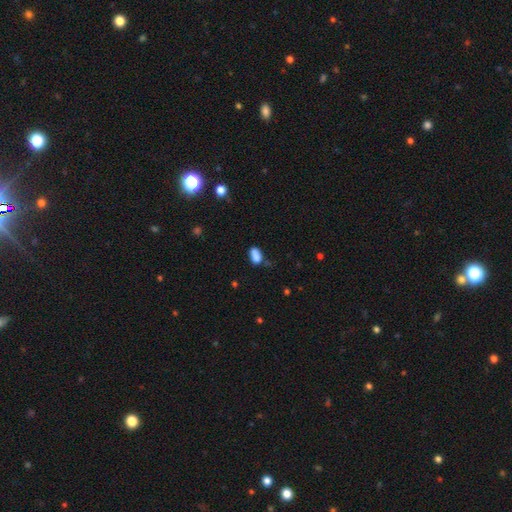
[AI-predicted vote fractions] A smooth galaxy with no disk features (82%) that is in between round and cigar-shaped (88%).

Vote fractions:
- Smooth or featured? smooth: 82% / star or artifact: 11% / featured or disk: 7%
- How rounded? in between: 88% / round: 8% / cigar-shaped: 4%
- Merging? none: 53% / minor disturbance: 28% / merger: 11% / major disturbance: 8%